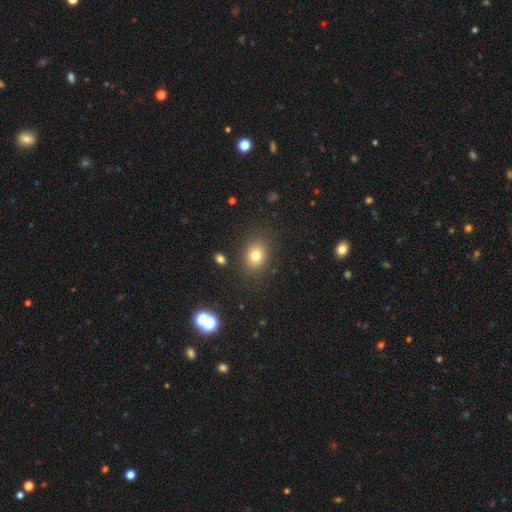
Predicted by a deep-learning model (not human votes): smooth_or_featured: smooth (p=0.77) [alt: star or artifact p=0.13]
how_rounded: in between (p=0.51) [alt: round p=0.48]
merging: none (p=0.84) [alt: minor disturbance p=0.10]